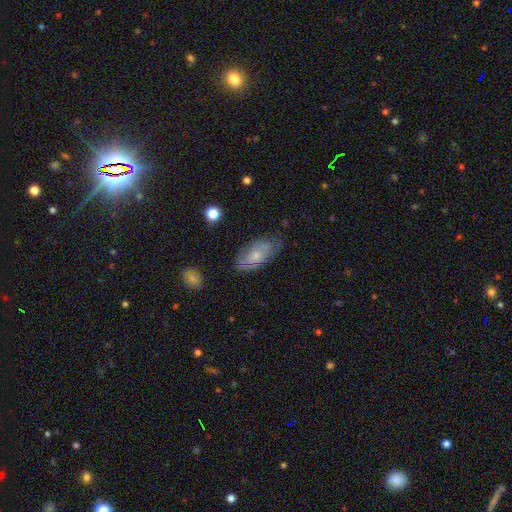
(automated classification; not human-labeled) smooth-or-featured: smooth: 54% | featured or disk: 40% | star or artifact: 7%
  how-rounded: in between: 90% | cigar-shaped: 6% | round: 4%
  merging: none: 66% | minor disturbance: 25% | major disturbance: 7% | merger: 2%